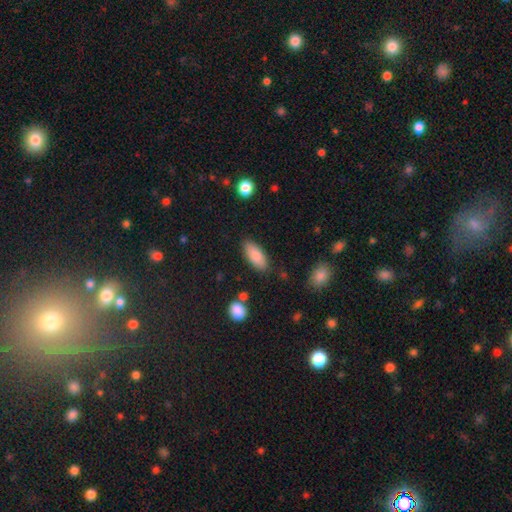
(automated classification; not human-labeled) smooth 85%, featured or disk 9%, star or artifact 6%. Down the decision tree: how rounded — in between (82%); merging — none (84%).